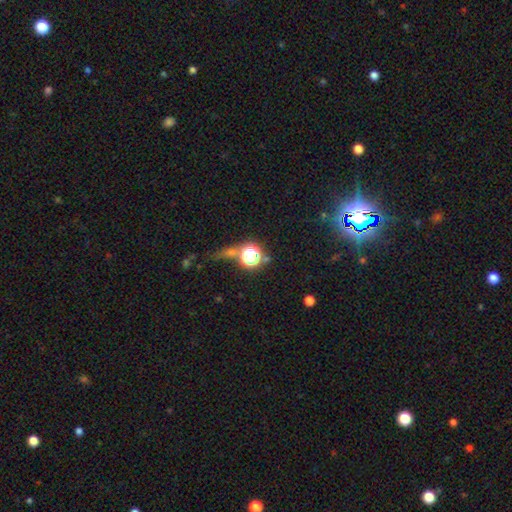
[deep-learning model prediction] This is likely a star or artifact rather than a galaxy (67%).